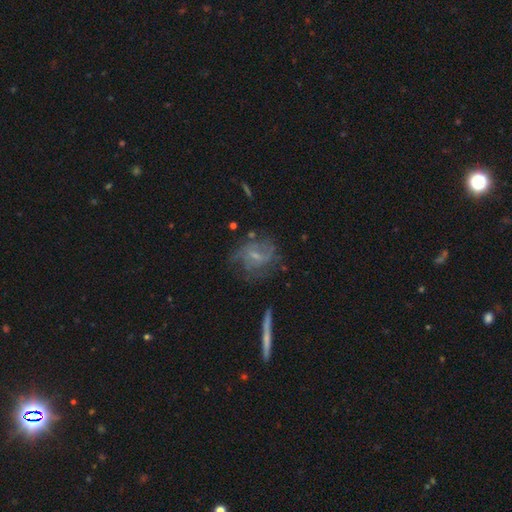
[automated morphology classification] featured or disk 65%, smooth 25%, star or artifact 10%. Down the decision tree: edge-on disk — no (94%); bar — weak (48%); spiral arms — yes (72%); bulge size — small (55%); merging — none (57%).